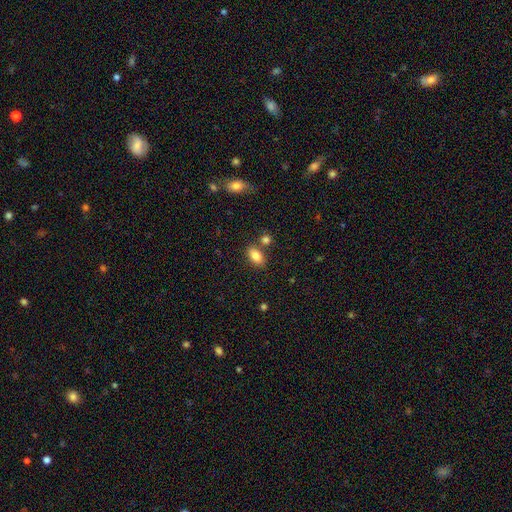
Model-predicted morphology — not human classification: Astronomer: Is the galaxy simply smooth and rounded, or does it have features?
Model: smooth — 85%.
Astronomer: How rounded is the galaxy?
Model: in between — 89%.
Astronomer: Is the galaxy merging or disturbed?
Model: none — 72%.